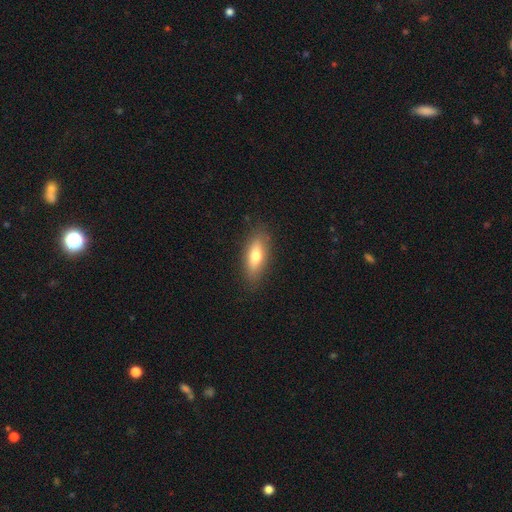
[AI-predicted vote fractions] This appears to be a smooth galaxy with no disk features (72%) that is in between round and cigar-shaped (64%). Merging: none (86%).